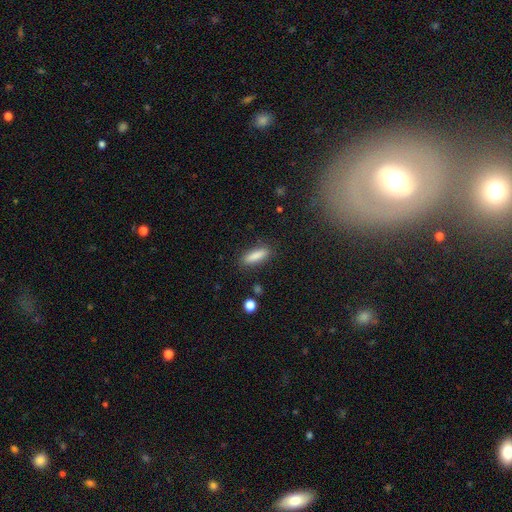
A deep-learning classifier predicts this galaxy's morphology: Smooth or featured?
  - smooth: 85% *
  - featured or disk: 8%
  - star or artifact: 7%
How rounded?
  - cigar-shaped: 58% *
  - in between: 40%
  - round: 2%
Merging?
  - none: 86% *
  - minor disturbance: 10%
  - major disturbance: 3%
  - merger: 2%